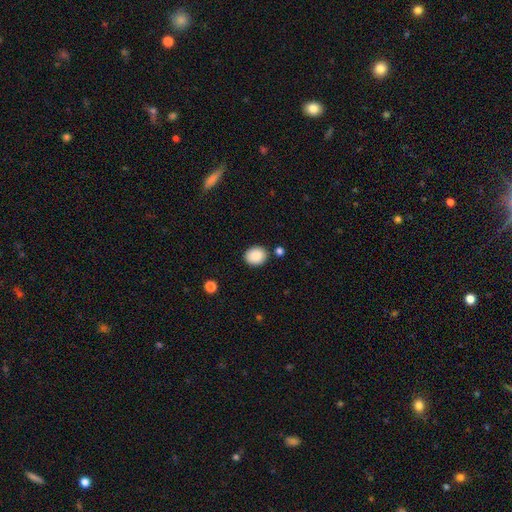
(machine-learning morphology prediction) This appears to be a smooth galaxy with no disk features (88%) that is round (63%). Merging: none (85%).